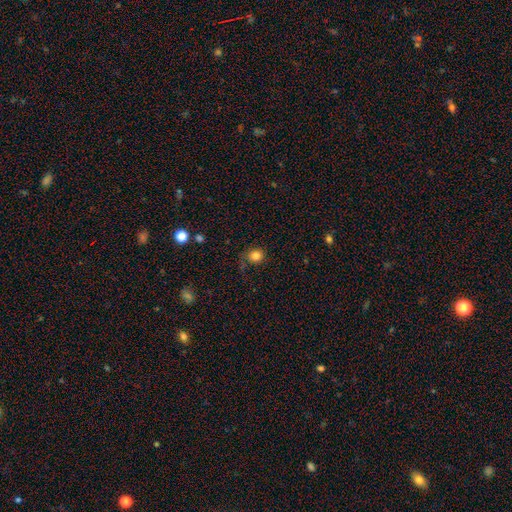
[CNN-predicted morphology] Smooth or featured? smooth (82%)
How rounded? round (79%)
Merging? none (67%)